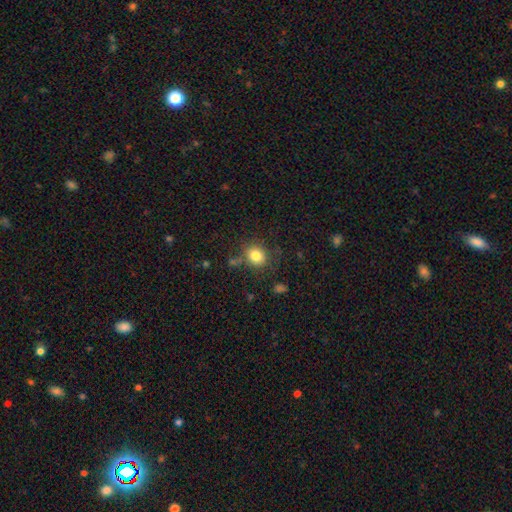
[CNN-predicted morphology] smooth_or_featured: smooth (p=0.82) [alt: star or artifact p=0.11]
how_rounded: round (p=0.72) [alt: in between p=0.27]
merging: none (p=0.76) [alt: minor disturbance p=0.14]